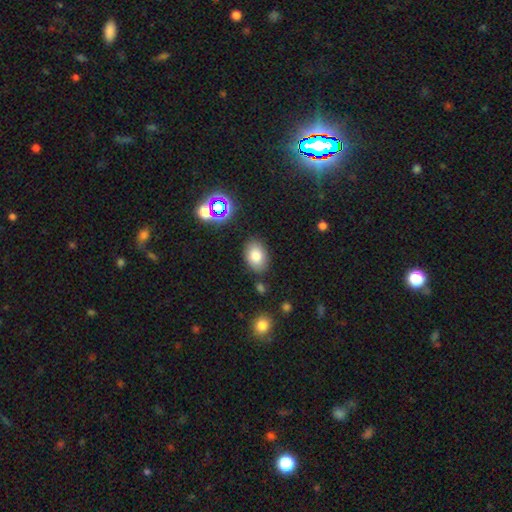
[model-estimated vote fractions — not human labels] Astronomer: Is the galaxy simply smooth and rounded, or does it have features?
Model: smooth — 79%.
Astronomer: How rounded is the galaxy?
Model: in between — 83%.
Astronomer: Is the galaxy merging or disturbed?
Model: none — 82%.